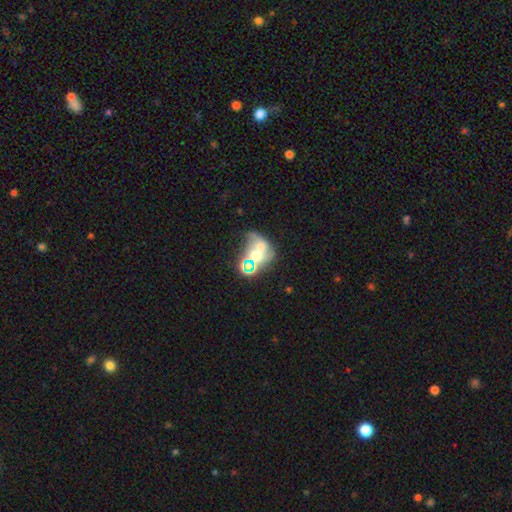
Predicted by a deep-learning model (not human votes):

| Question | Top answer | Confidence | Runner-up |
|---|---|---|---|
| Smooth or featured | featured or disk | 39% | smooth (36%) |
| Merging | merger | 44% | none (22%) |